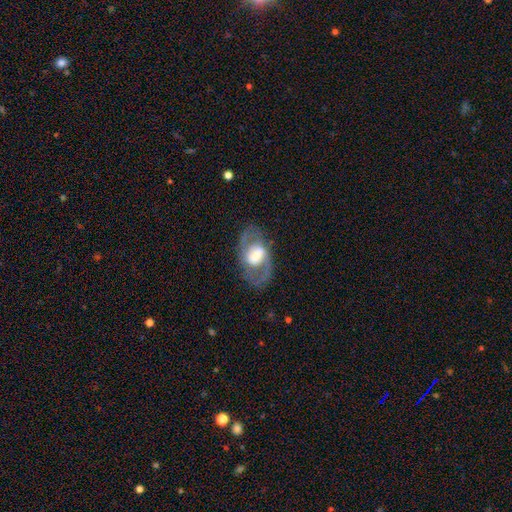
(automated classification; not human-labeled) Q: Smooth or featured?
A: featured or disk (70%); runner-up: smooth (23%)
Q: Edge-on disk?
A: no (94%); runner-up: yes (6%)
Q: Bar?
A: weak (42%); runner-up: no (30%)
Q: Spiral arms?
A: yes (71%); runner-up: no (29%)
Q: Bulge size?
A: large (41%); runner-up: moderate (32%)
Q: Merging?
A: none (73%); runner-up: minor disturbance (14%)